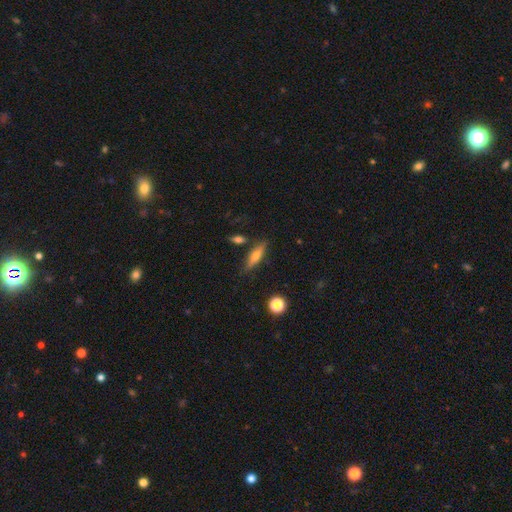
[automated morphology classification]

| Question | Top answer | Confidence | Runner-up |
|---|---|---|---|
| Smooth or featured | smooth | 57% | featured or disk (36%) |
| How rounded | cigar-shaped | 67% | in between (30%) |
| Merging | none | 80% | minor disturbance (12%) |